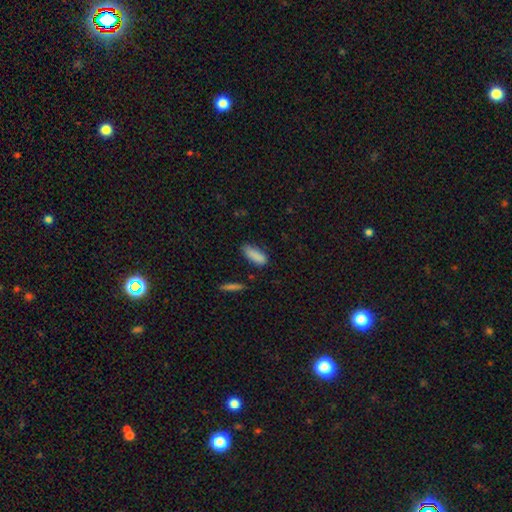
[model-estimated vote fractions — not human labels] smooth_or_featured: smooth (p=0.87) [alt: star or artifact p=0.08]
how_rounded: in between (p=0.70) [alt: cigar-shaped p=0.28]
merging: none (p=0.70) [alt: minor disturbance p=0.23]